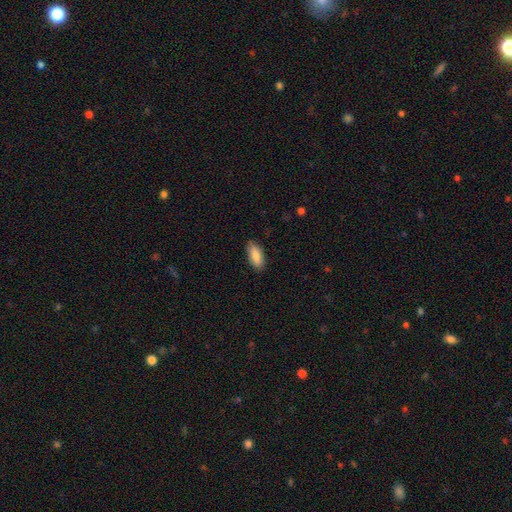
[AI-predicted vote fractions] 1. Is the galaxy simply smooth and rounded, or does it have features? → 85% smooth, 9% featured or disk, 6% star or artifact.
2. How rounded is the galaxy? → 84% in between, 14% cigar-shaped, 2% round.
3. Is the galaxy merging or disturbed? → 87% none, 10% minor disturbance, 2% major disturbance, 1% merger.